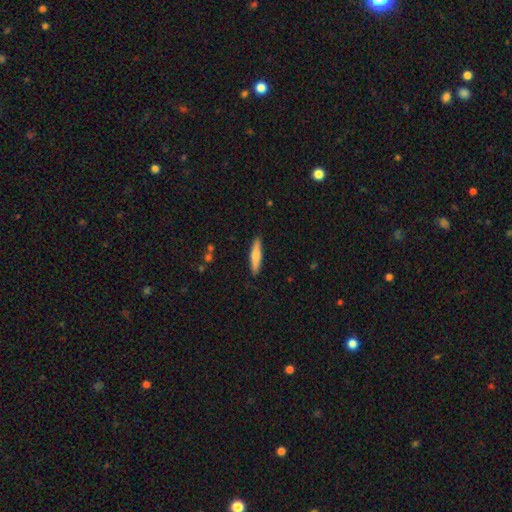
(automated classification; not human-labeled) smooth 67%, featured or disk 28%, star or artifact 5%. Down the decision tree: how rounded — cigar-shaped (84%); merging — none (89%).